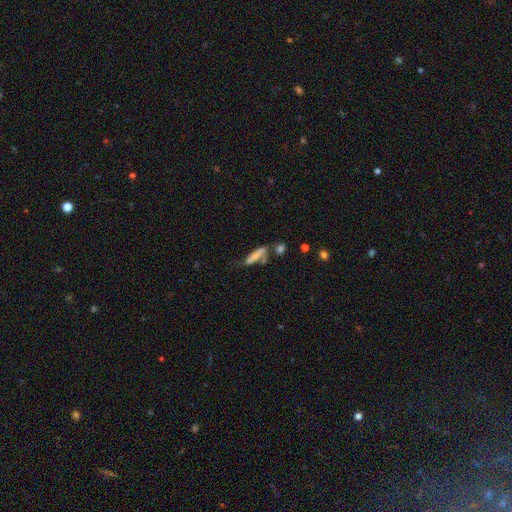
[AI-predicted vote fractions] Smooth or featured? Predicted: smooth (p=0.68). How rounded? Predicted: cigar-shaped (p=0.74). Merging? Predicted: none (p=0.41).